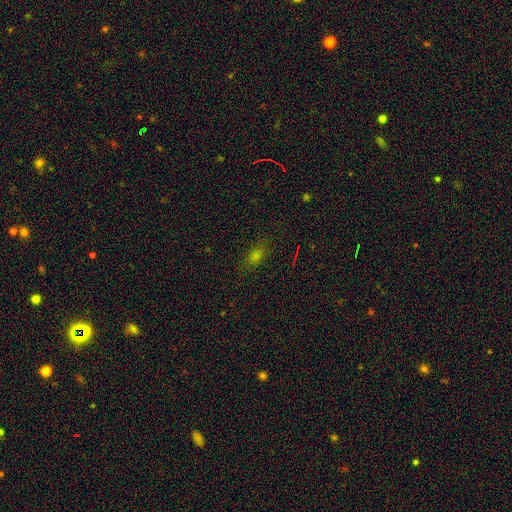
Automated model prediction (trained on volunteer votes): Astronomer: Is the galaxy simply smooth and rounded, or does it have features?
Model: smooth — 57%.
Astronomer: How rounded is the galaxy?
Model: in between — 69%.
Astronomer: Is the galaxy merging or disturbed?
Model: none — 81%.